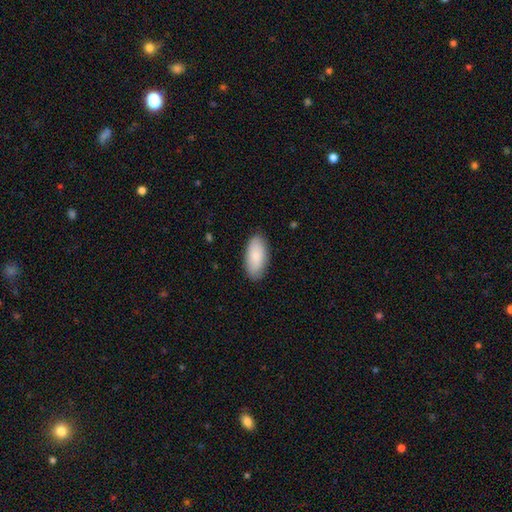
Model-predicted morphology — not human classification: The model was most divided on "smooth or featured": smooth: 85%, featured or disk: 9%, star or artifact: 6%. More confident: how rounded — in between (90%); merging — none (86%).